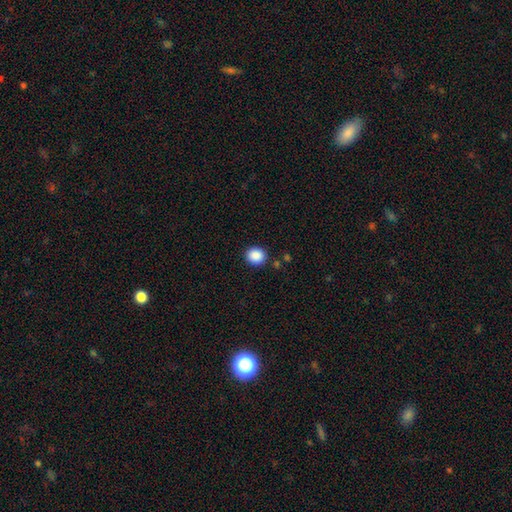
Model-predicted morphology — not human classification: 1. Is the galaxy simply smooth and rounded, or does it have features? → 89% smooth, 9% star or artifact, 3% featured or disk.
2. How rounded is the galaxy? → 80% round, 19% in between, 1% cigar-shaped.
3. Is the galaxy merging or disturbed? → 89% none, 7% minor disturbance, 2% major disturbance, 2% merger.